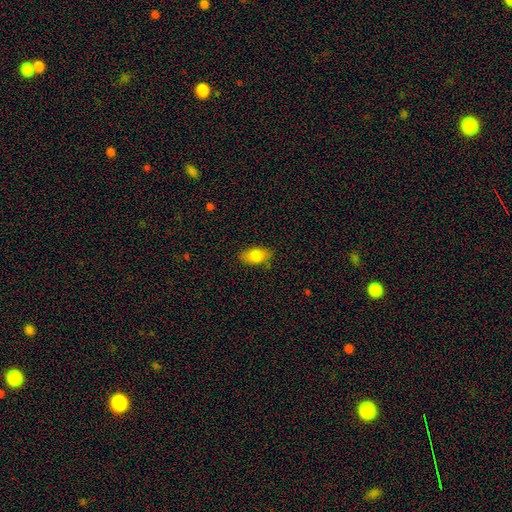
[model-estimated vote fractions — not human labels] smooth-or-featured: smooth: 80% | featured or disk: 13% | star or artifact: 7%
  how-rounded: in between: 91% | round: 6% | cigar-shaped: 4%
  merging: none: 82% | minor disturbance: 13% | major disturbance: 3% | merger: 1%